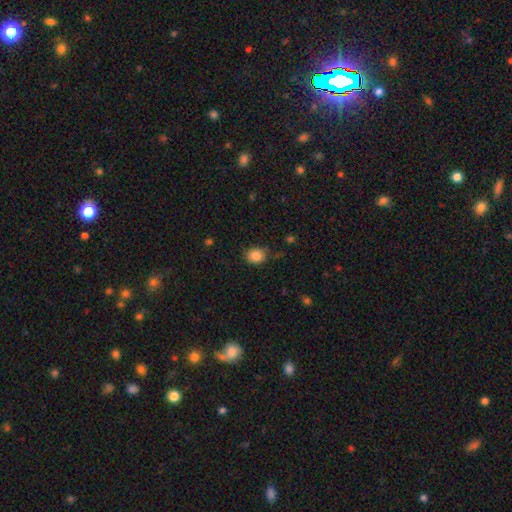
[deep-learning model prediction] A smooth galaxy with no disk features (85%) that is round (65%). Merging: none (81%).